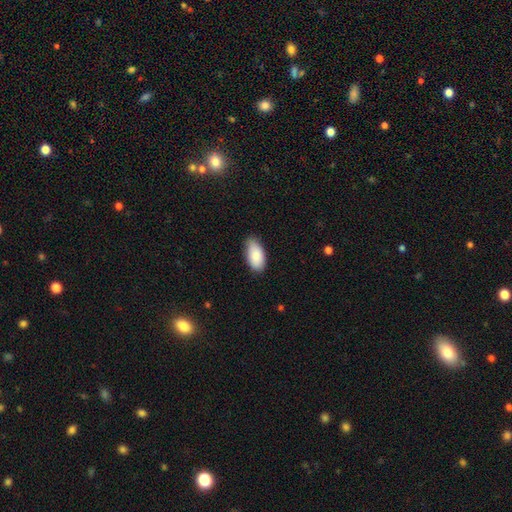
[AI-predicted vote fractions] Smooth or featured: smooth — 86% (featured or disk — 7%)
How rounded: in between — 94% (cigar-shaped — 4%)
Merging: none — 75% (minor disturbance — 21%)